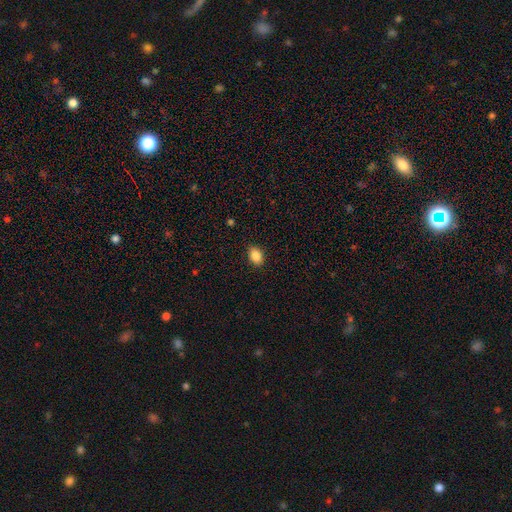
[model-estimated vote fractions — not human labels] The model was most divided on "how rounded": in between: 79%, round: 20%, cigar-shaped: 1%. More confident: merging — none (89%); smooth or featured — smooth (88%).